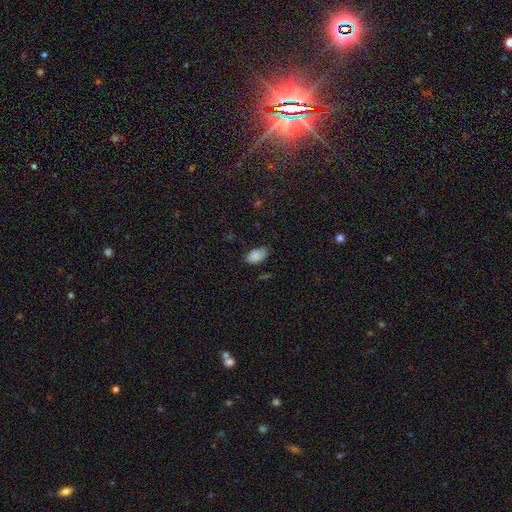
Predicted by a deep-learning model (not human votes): The model was most divided on "merging": none: 73%, minor disturbance: 22%, major disturbance: 4%, merger: 2%. More confident: how rounded — in between (94%); smooth or featured — smooth (86%).